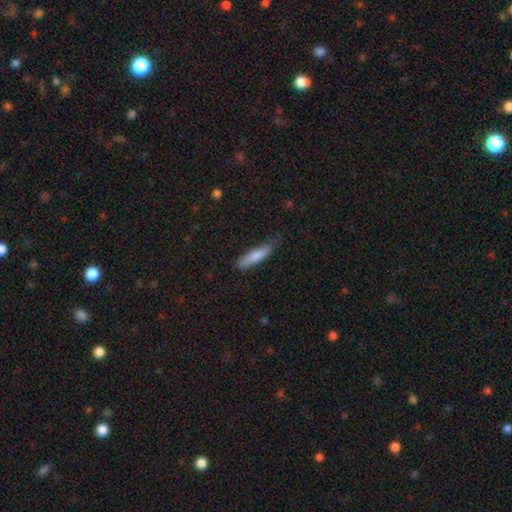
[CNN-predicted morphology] type=smooth (80%); roundness=cigar-shaped (71%); merging=none (65%).